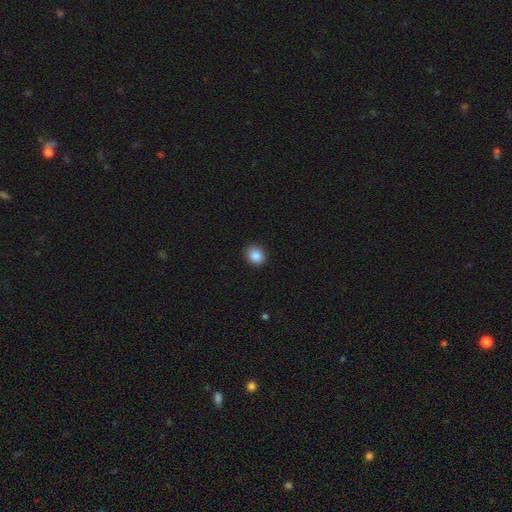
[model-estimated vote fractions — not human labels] A smooth galaxy with no disk features (87%) that is round (63%).

Vote fractions:
- Smooth or featured? smooth: 87% / star or artifact: 9% / featured or disk: 4%
- How rounded? round: 63% / in between: 36% / cigar-shaped: 1%
- Merging? none: 90% / minor disturbance: 8% / major disturbance: 2% / merger: 1%